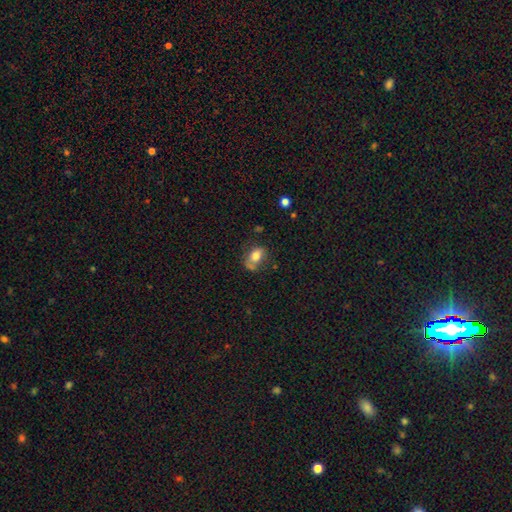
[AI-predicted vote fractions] A smooth galaxy with no disk features (75%) that is in between round and cigar-shaped (77%). Merging: none (49%).